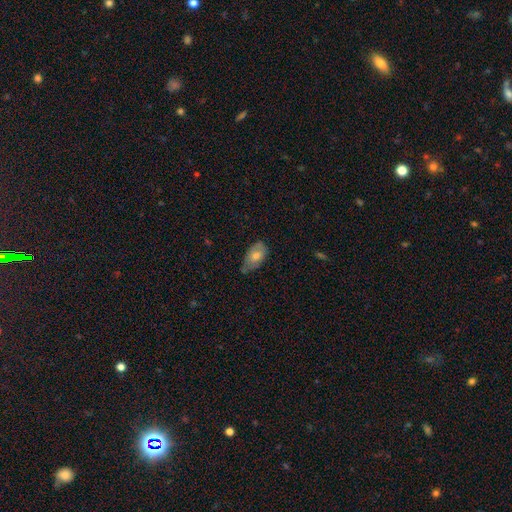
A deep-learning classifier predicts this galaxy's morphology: smooth 61%, featured or disk 31%, star or artifact 8%. Down the decision tree: how rounded — in between (90%); merging — none (53%).